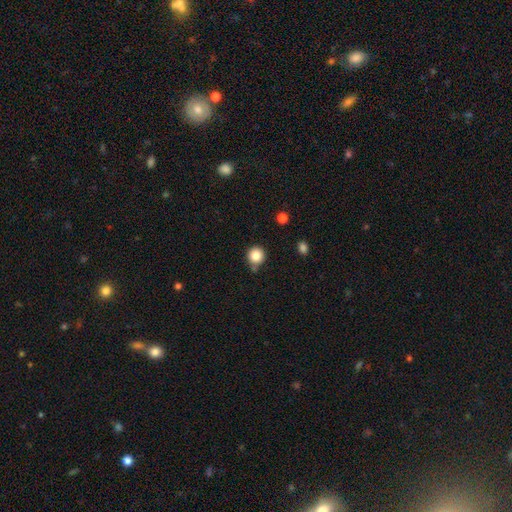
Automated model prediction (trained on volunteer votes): Q: Smooth or featured?
A: smooth (85%); runner-up: star or artifact (10%)
Q: How rounded?
A: round (94%); runner-up: in between (5%)
Q: Merging?
A: none (77%); runner-up: minor disturbance (13%)